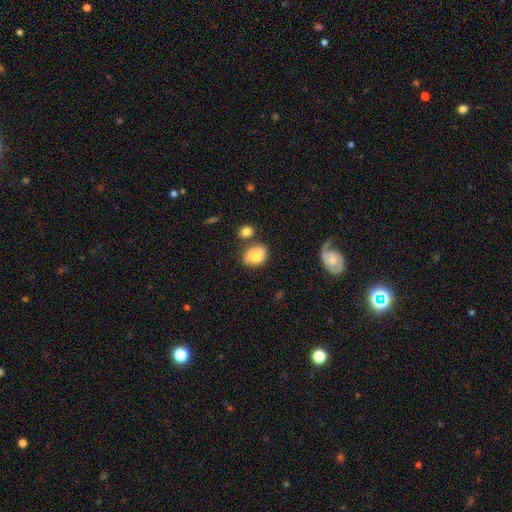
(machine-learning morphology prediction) Smooth or featured? Predicted: smooth (p=0.64). How rounded? Predicted: in between (p=0.64). Merging? Predicted: none (p=0.54).